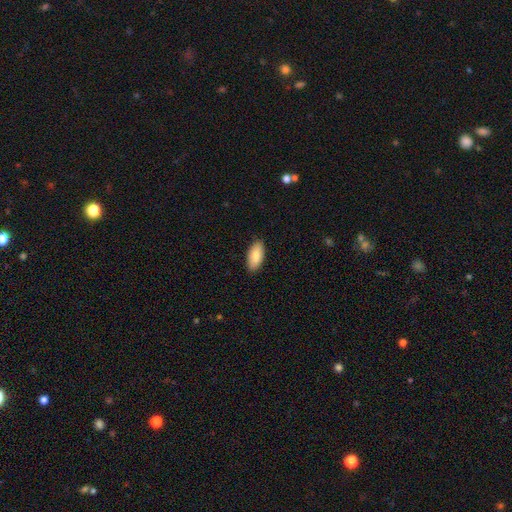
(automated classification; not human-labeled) Smooth or featured? Predicted: smooth (p=0.84). How rounded? Predicted: in between (p=0.91). Merging? Predicted: none (p=0.88).